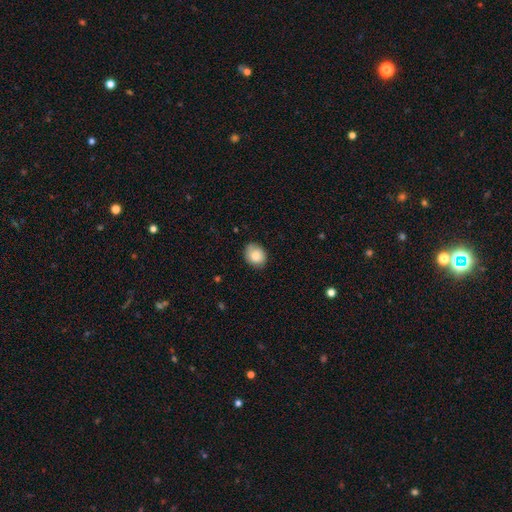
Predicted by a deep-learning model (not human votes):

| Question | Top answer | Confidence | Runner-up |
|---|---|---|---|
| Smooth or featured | smooth | 85% | featured or disk (8%) |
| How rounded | round | 53% | in between (46%) |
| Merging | none | 78% | minor disturbance (17%) |